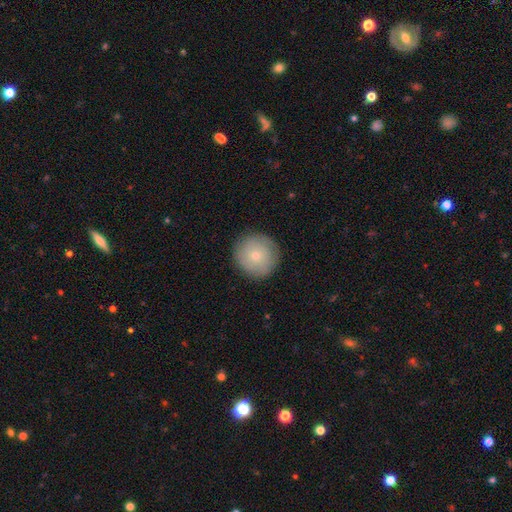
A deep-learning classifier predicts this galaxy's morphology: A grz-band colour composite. It shows a smooth galaxy with no disk features (69%) that is round (94%). Merging: none (88%).